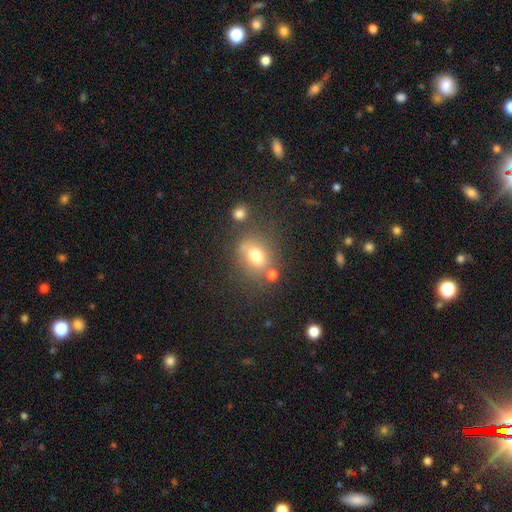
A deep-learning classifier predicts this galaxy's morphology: type=smooth (71%); roundness=round (55%); merging=none (62%).